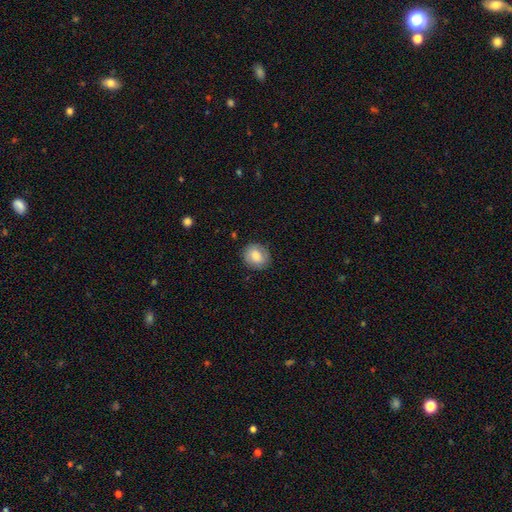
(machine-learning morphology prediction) Q: Smooth or featured?
A: smooth (76%); runner-up: featured or disk (16%)
Q: How rounded?
A: round (72%); runner-up: in between (27%)
Q: Merging?
A: none (84%); runner-up: minor disturbance (12%)